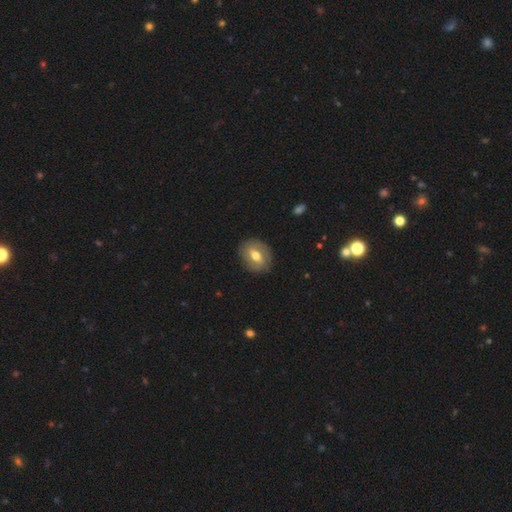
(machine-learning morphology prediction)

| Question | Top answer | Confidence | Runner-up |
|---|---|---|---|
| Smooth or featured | smooth | 53% | featured or disk (40%) |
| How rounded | in between | 53% | round (46%) |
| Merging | none | 83% | minor disturbance (12%) |